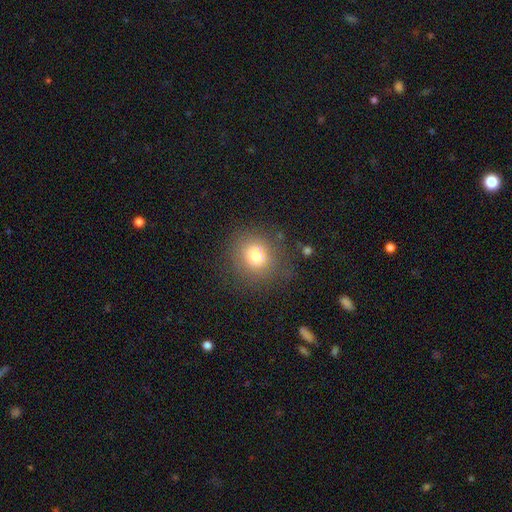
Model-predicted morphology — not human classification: Q: Smooth or featured?
A: smooth (75%); runner-up: star or artifact (13%)
Q: How rounded?
A: round (84%); runner-up: in between (15%)
Q: Merging?
A: none (76%); runner-up: minor disturbance (14%)